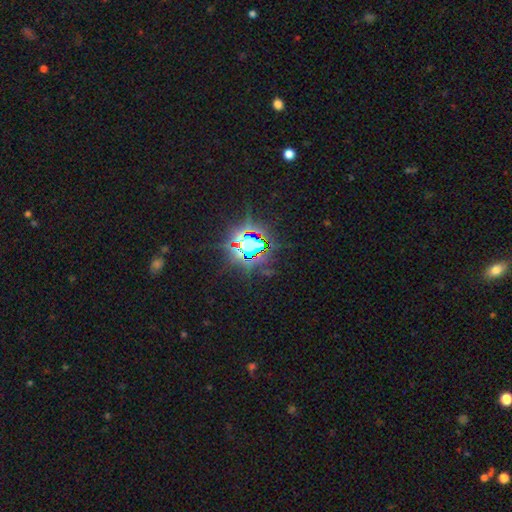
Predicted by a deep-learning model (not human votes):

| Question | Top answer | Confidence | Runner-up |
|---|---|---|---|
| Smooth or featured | star or artifact | 82% | smooth (10%) |